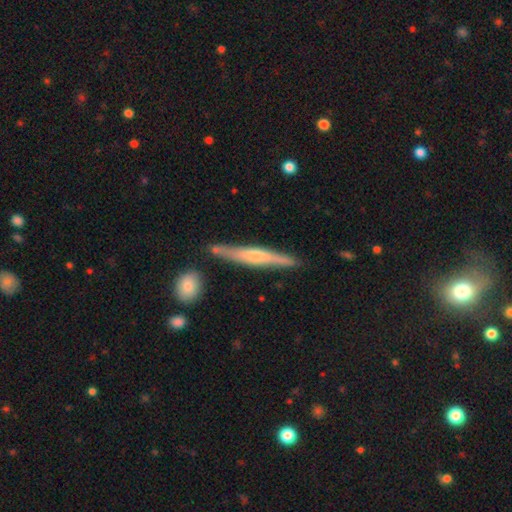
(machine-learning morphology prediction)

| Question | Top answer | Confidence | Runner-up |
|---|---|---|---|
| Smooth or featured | featured or disk | 58% | smooth (37%) |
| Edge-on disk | yes | 95% | no (5%) |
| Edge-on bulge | rounded | 51% | none (27%) |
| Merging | none | 82% | minor disturbance (11%) |